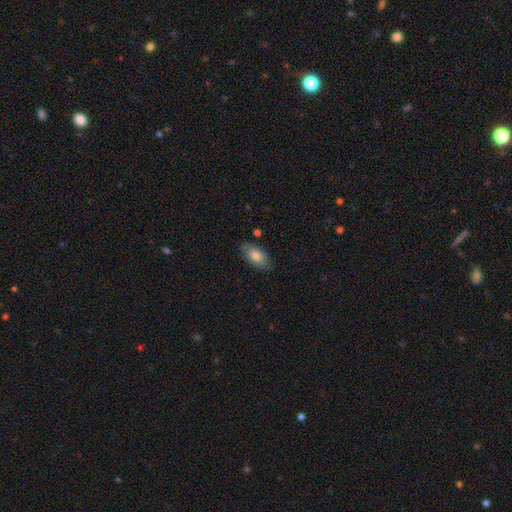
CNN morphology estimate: A smooth galaxy with no disk features (79%) that is in between round and cigar-shaped (92%).

Vote fractions:
- Smooth or featured? smooth: 79% / featured or disk: 15% / star or artifact: 7%
- How rounded? in between: 92% / cigar-shaped: 4% / round: 4%
- Merging? none: 81% / minor disturbance: 15% / major disturbance: 3% / merger: 2%